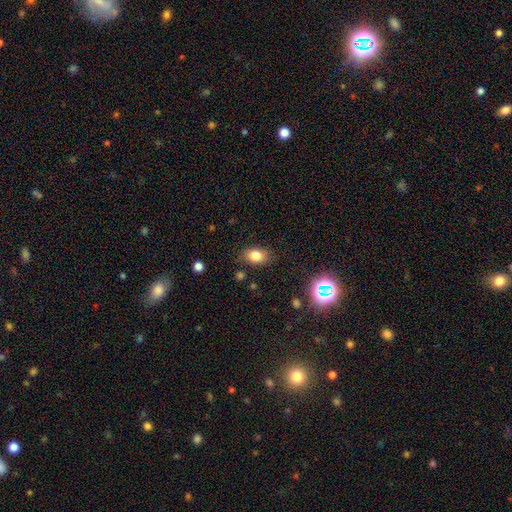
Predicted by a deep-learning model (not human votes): Smooth or featured? smooth (79%)
How rounded? in between (79%)
Merging? none (81%)